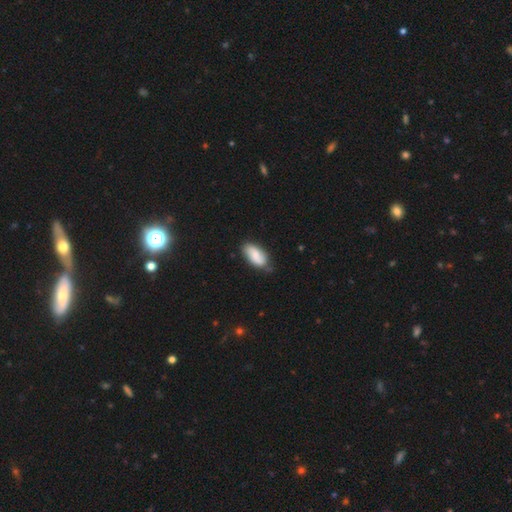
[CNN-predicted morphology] smooth-or-featured: smooth: 73% | featured or disk: 20% | star or artifact: 6%
  how-rounded: in between: 90% | cigar-shaped: 7% | round: 2%
  merging: none: 69% | minor disturbance: 25% | major disturbance: 4% | merger: 2%